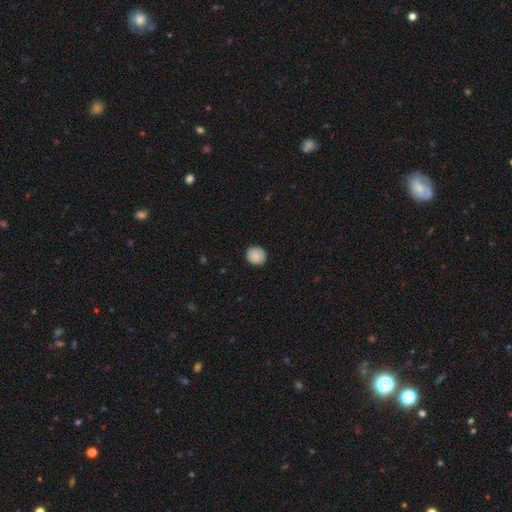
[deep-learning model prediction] Overall: smooth (86%). How rounded: round (89%). Merging: none (89%).